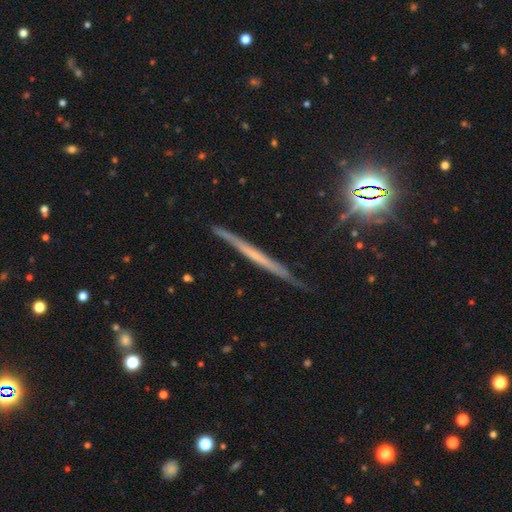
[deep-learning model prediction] Smooth or featured: featured or disk — 60% (smooth — 28%)
Edge-on disk: yes — 95% (no — 5%)
Edge-on bulge: none — 81% (rounded — 13%)
Merging: none — 81% (minor disturbance — 15%)